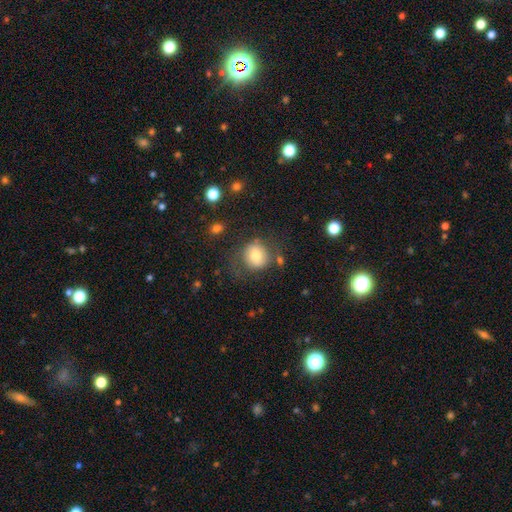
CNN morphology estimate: Smooth or featured: smooth — 71% (featured or disk — 20%)
How rounded: round — 84% (in between — 15%)
Merging: none — 67% (minor disturbance — 17%)